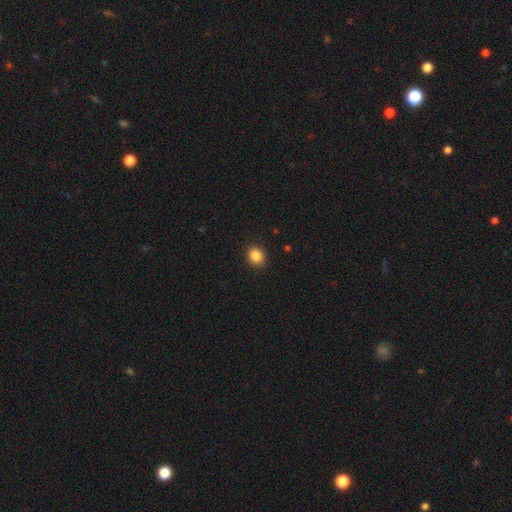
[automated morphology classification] Q: Smooth or featured?
A: smooth (86%); runner-up: star or artifact (10%)
Q: How rounded?
A: round (61%); runner-up: in between (38%)
Q: Merging?
A: none (89%); runner-up: minor disturbance (8%)